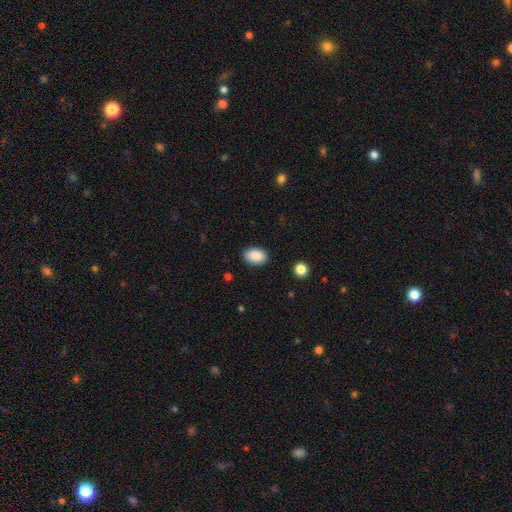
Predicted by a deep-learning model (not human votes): Morphology: type=smooth (89%); roundness=in between (91%); merging=none (88%).